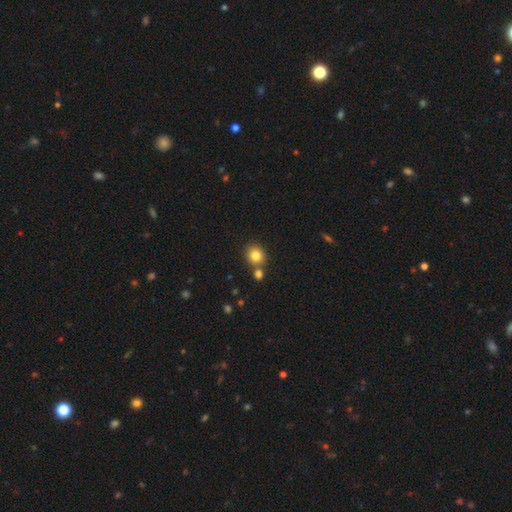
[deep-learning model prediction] A smooth galaxy with no disk features (83%) that is round (84%).

Vote fractions:
- Smooth or featured? smooth: 83% / star or artifact: 11% / featured or disk: 6%
- How rounded? round: 84% / in between: 15% / cigar-shaped: 1%
- Merging? none: 68% / merger: 21% / minor disturbance: 9% / major disturbance: 2%